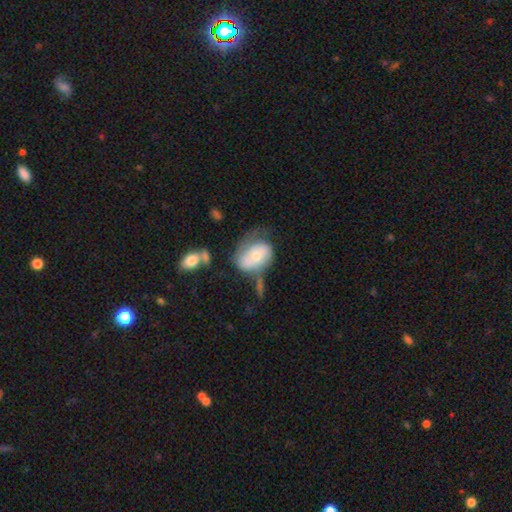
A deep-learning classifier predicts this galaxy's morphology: smooth-or-featured: featured or disk: 49% | smooth: 45% | star or artifact: 7%
  merging: none: 34% | minor disturbance: 28% | major disturbance: 24% | merger: 14%